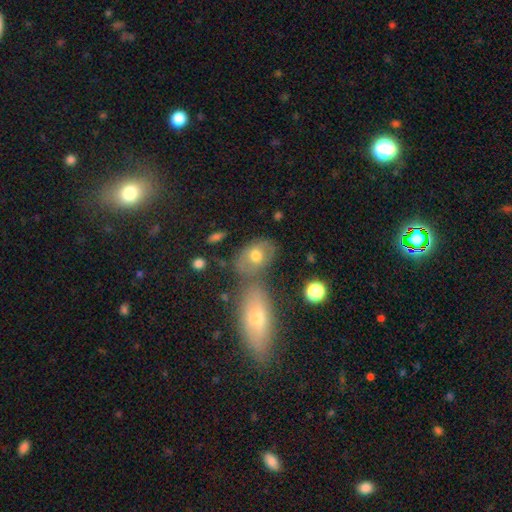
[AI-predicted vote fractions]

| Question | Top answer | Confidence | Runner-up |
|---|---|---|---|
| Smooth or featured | smooth | 61% | featured or disk (28%) |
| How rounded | in between | 75% | round (23%) |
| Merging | none | 43% | merger (35%) |